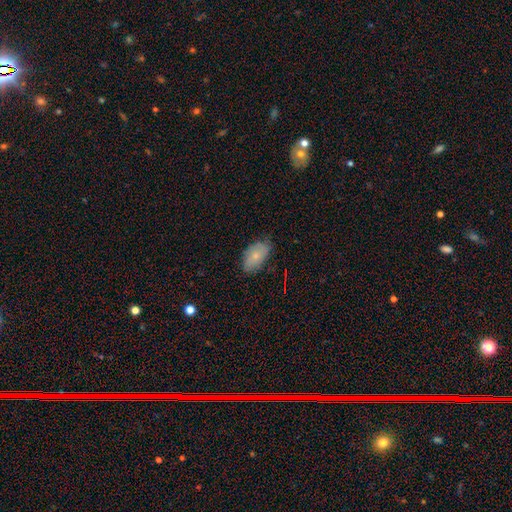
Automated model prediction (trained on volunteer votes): The model was most divided on "merging": none: 72%, minor disturbance: 22%, major disturbance: 4%, merger: 1%. More confident: how rounded — in between (93%); smooth or featured — smooth (73%).